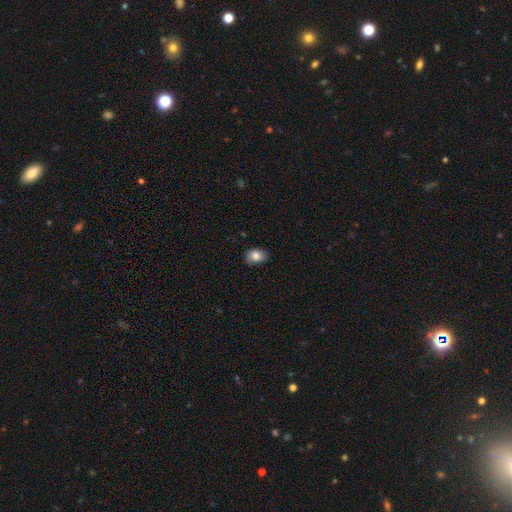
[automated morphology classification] Smooth or featured? Predicted: smooth (p=0.82). How rounded? Predicted: in between (p=0.71). Merging? Predicted: none (p=0.78).